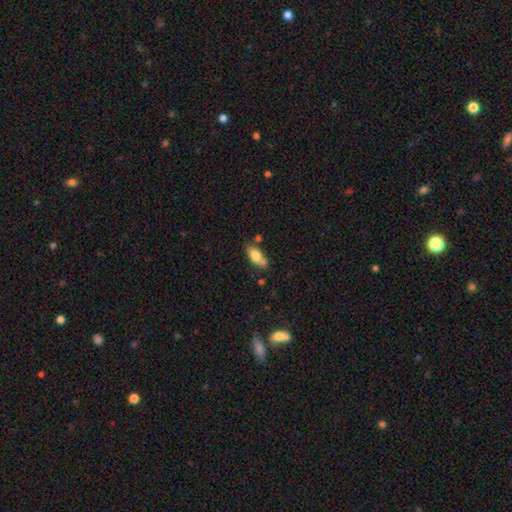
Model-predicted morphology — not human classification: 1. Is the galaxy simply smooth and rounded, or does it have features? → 73% smooth, 19% featured or disk, 8% star or artifact.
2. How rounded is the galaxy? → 82% in between, 15% cigar-shaped, 3% round.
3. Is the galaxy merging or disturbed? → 59% none, 23% minor disturbance, 12% merger, 5% major disturbance.